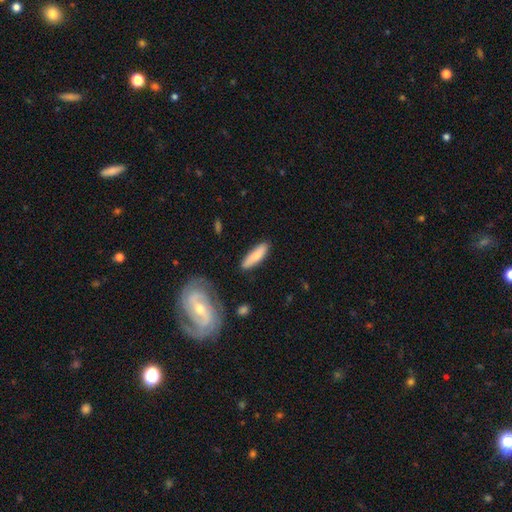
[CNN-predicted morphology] Smooth or featured? smooth (78%)
How rounded? cigar-shaped (64%)
Merging? none (83%)